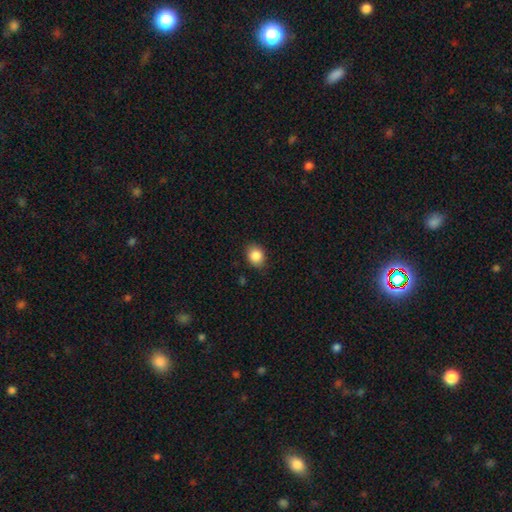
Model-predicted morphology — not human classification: Smooth or featured? Predicted: smooth (p=0.87). How rounded? Predicted: round (p=0.61). Merging? Predicted: none (p=0.83).